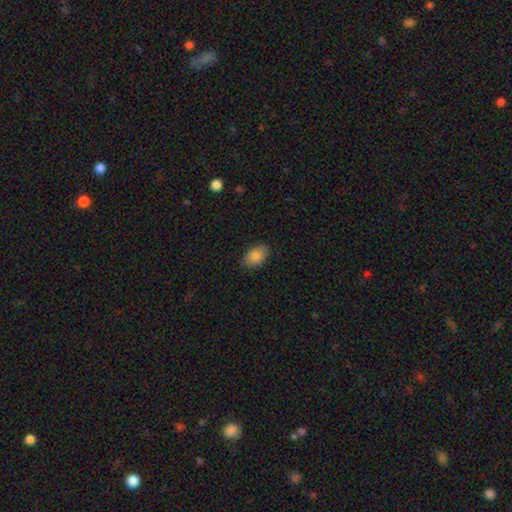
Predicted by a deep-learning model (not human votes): Q: Smooth or featured?
A: smooth (84%); runner-up: featured or disk (8%)
Q: How rounded?
A: in between (90%); runner-up: round (8%)
Q: Merging?
A: none (85%); runner-up: minor disturbance (11%)